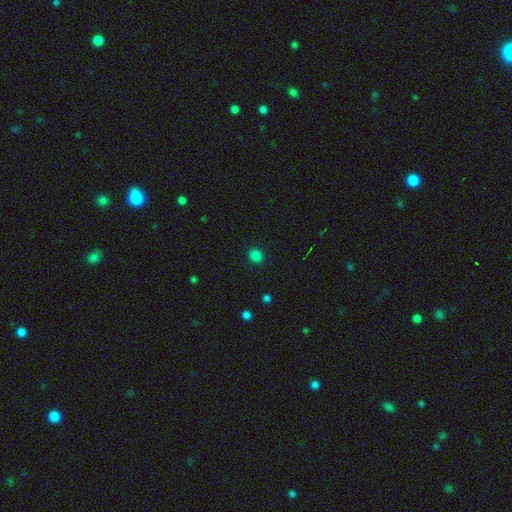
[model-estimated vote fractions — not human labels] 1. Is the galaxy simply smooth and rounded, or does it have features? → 82% smooth, 15% star or artifact, 3% featured or disk.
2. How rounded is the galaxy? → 80% round, 19% in between, 1% cigar-shaped.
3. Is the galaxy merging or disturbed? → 91% none, 6% minor disturbance, 2% major disturbance, 1% merger.